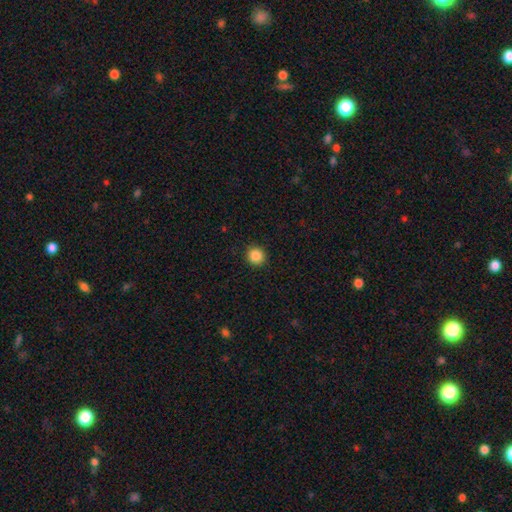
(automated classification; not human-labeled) Smooth or featured?
  - smooth: 87% *
  - star or artifact: 10%
  - featured or disk: 3%
How rounded?
  - round: 93% *
  - in between: 6%
  - cigar-shaped: 1%
Merging?
  - none: 91% *
  - minor disturbance: 6%
  - major disturbance: 2%
  - merger: 1%